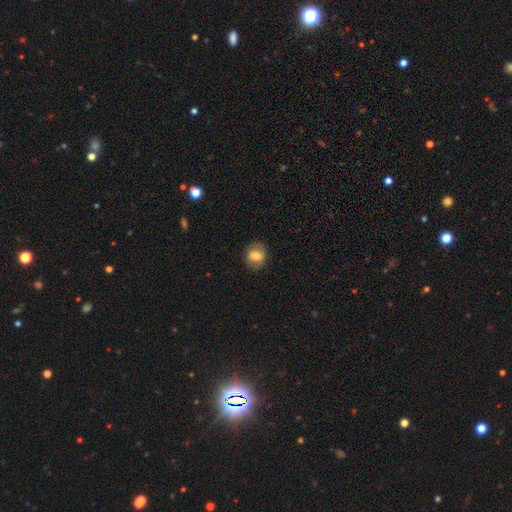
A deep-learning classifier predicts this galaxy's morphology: This appears to be a smooth galaxy with no disk features (71%) that is round (51%). Merging: none (83%).